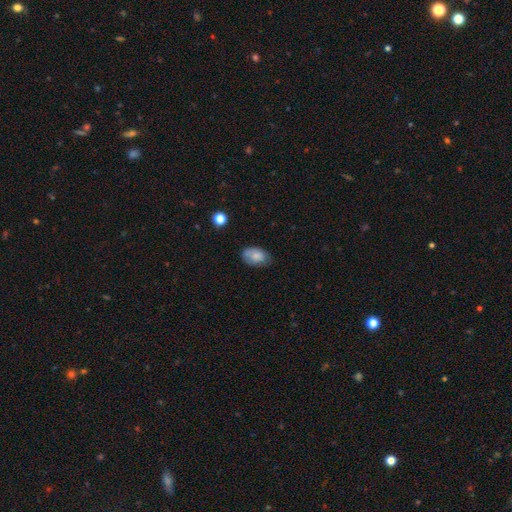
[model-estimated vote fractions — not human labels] Overall: smooth (74%). How rounded: in between (88%). Merging: none (65%; minor disturbance 27%).